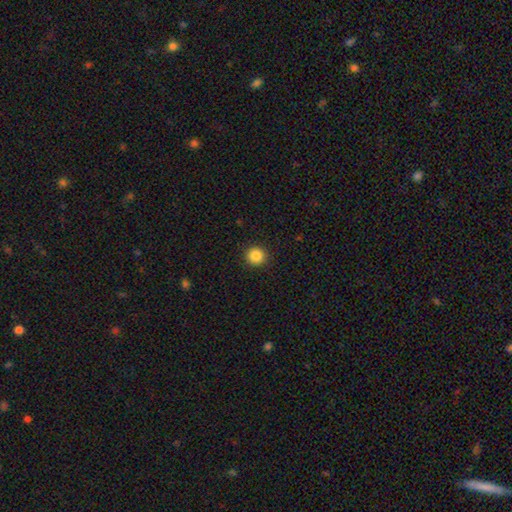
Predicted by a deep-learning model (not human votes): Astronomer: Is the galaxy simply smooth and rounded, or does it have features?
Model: smooth — 86%.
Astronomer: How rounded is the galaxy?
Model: round — 94%.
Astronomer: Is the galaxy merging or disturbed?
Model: none — 93%.